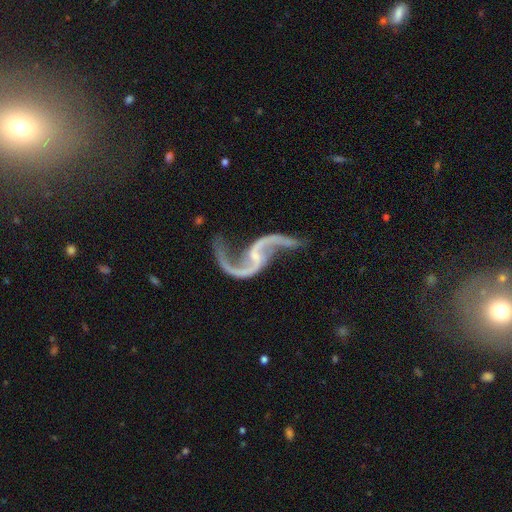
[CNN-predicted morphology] A featured or disk galaxy (93%) with no bar (44%), 2 (94%) loose (88%) spiral arms (98%) and a small central bulge (65%).

Vote fractions:
- Smooth or featured? featured or disk: 93% / star or artifact: 4% / smooth: 2%
- Edge-on disk? no: 97% / yes: 3%
- Bar? no: 44% / weak: 38% / strong: 18%
- Spiral arms? yes: 98% / no: 2%
- Spiral winding? loose: 88% / medium: 9% / tight: 3%
- Spiral arm count? 2: 94% / 1: 2% / can't tell: 1% / 3: 1% / 4: 1% / more than 4: 1%
- Bulge size? small: 65% / none: 25% / moderate: 7% / large: 1% / dominant: 1%
- Merging? none: 63% / minor disturbance: 17% / major disturbance: 14% / merger: 5%